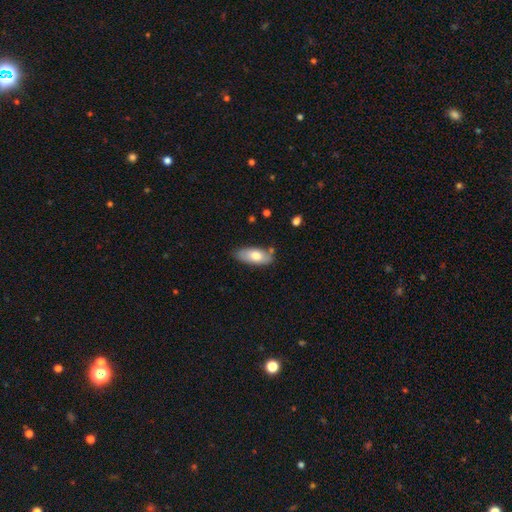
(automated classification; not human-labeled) Morphology: type=smooth (73%); roundness=in between (85%); merging=none (73%).